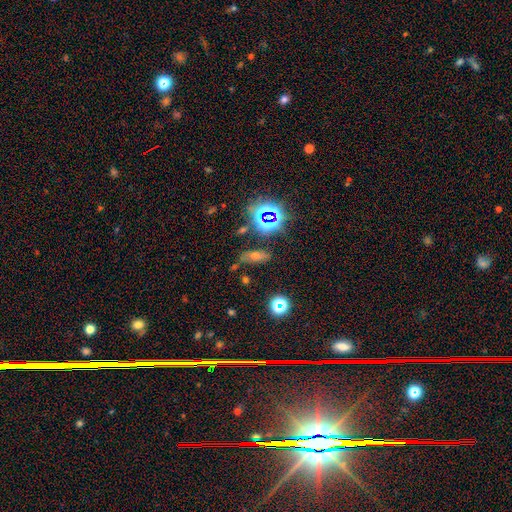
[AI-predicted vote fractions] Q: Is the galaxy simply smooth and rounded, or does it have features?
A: smooth — 47%.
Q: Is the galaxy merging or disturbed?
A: none — 71%.